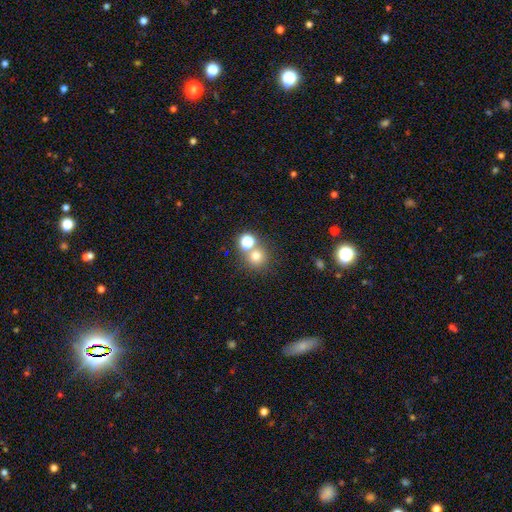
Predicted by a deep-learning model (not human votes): Morphology: type=smooth (73%); roundness=round (89%); merging=none (58%).